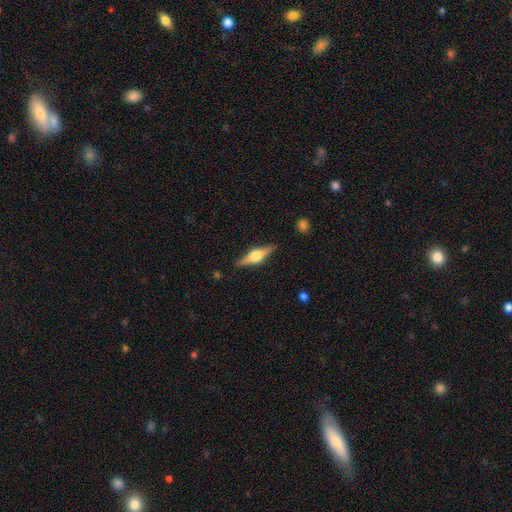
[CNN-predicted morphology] featured or disk 73%, smooth 20%, star or artifact 6%. Down the decision tree: edge-on disk — yes (97%); edge-on bulge — rounded (93%); merging — none (88%).